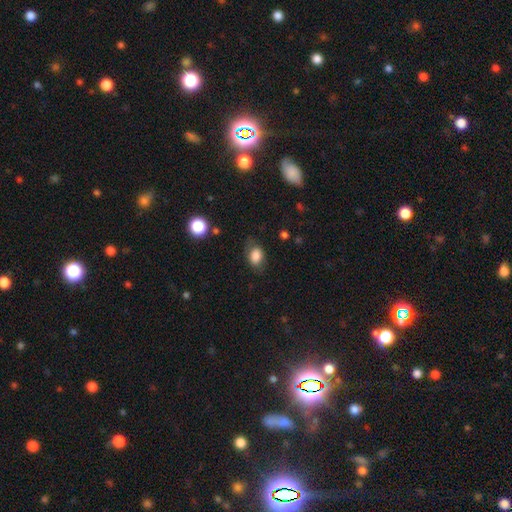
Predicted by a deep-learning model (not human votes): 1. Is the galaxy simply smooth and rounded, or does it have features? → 76% smooth, 15% featured or disk, 9% star or artifact.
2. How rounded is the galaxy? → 81% in between, 18% round, 2% cigar-shaped.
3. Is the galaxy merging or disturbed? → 68% none, 21% minor disturbance, 9% major disturbance, 2% merger.